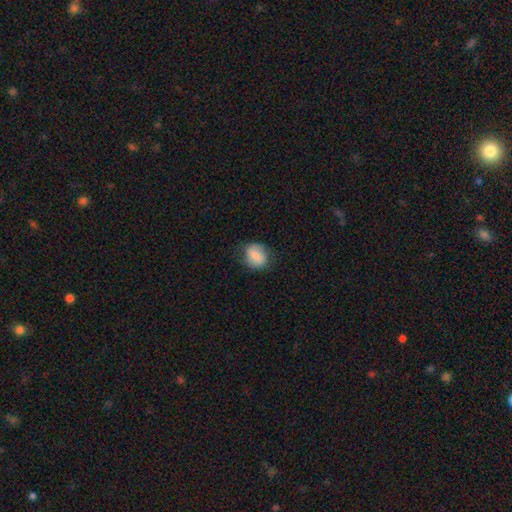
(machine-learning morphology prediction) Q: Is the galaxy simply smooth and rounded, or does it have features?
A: smooth — 79%.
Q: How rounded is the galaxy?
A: round — 52%.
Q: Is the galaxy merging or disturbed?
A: none — 71%.